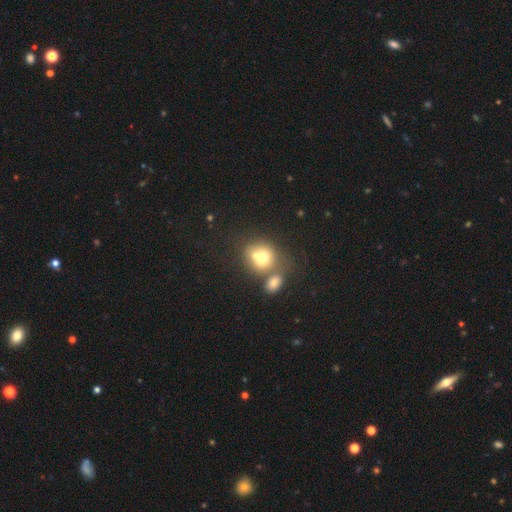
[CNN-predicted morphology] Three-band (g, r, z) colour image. It shows a smooth galaxy with no disk features (68%) that is round (72%). Merging: merger (51%).